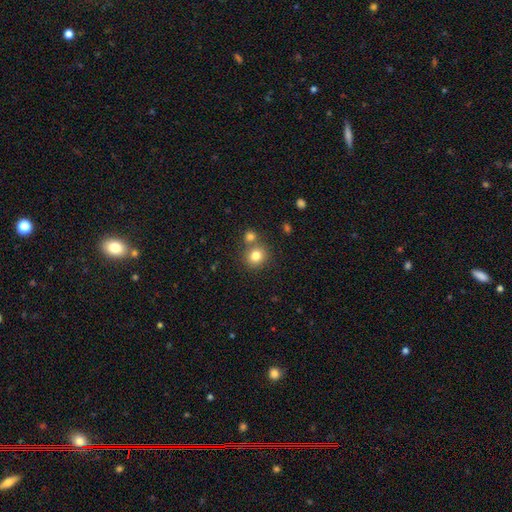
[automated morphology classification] A smooth galaxy with no disk features (80%) that is round (86%). Merging: none (66%).